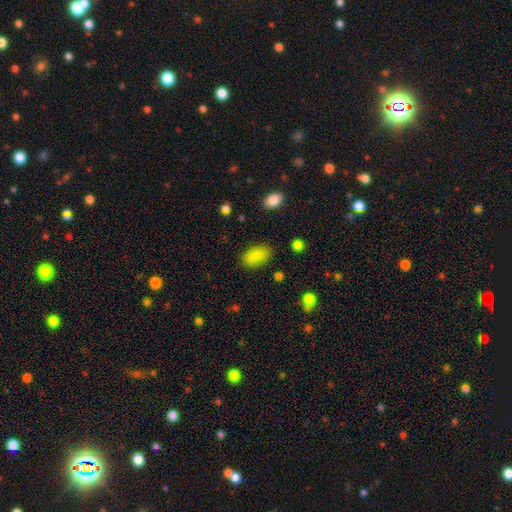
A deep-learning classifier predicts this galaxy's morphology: The model was most divided on "merging": none: 84%, minor disturbance: 11%, major disturbance: 3%, merger: 2%. More confident: how rounded — in between (92%); smooth or featured — smooth (87%).